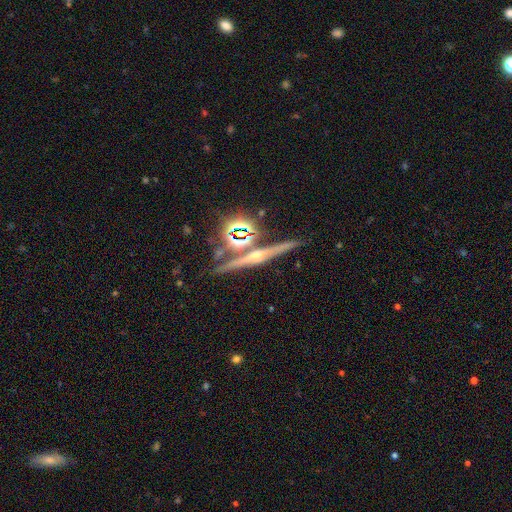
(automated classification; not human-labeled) Smooth or featured? Predicted: featured or disk (p=0.56). Edge-on disk? Predicted: yes (p=0.93). Edge-on bulge? Predicted: rounded (p=0.82). Merging? Predicted: none (p=0.81).